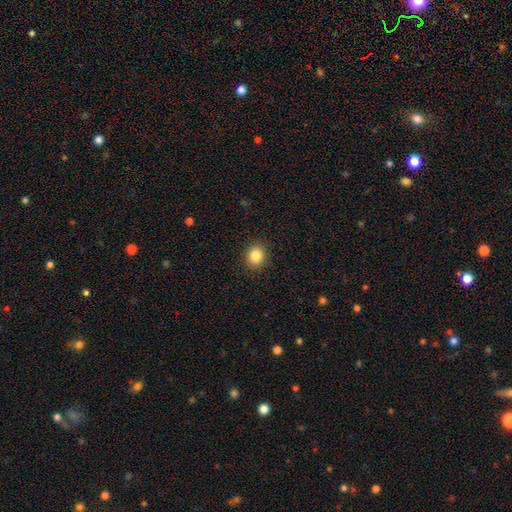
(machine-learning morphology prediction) Smooth or featured? smooth (85%)
How rounded? round (77%)
Merging? none (90%)